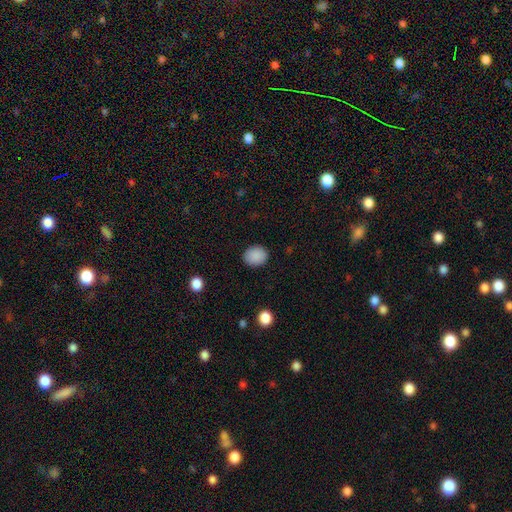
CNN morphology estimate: smooth 89%, star or artifact 8%, featured or disk 3%. Down the decision tree: how rounded — round (60%); merging — none (89%).